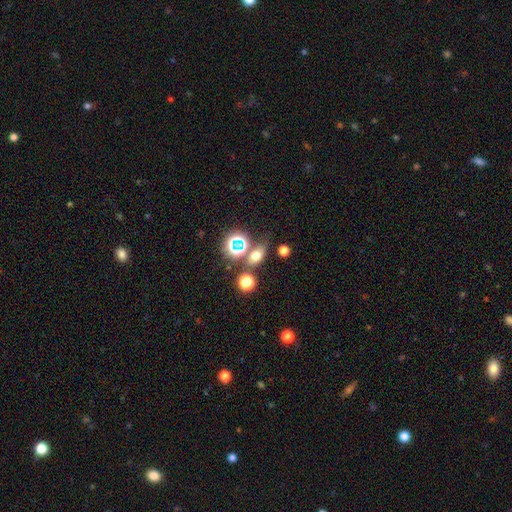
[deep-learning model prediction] The model was most divided on "smooth or featured": smooth: 57%, star or artifact: 28%, featured or disk: 15%. More confident: merging — none (67%); how rounded — in between (63%).